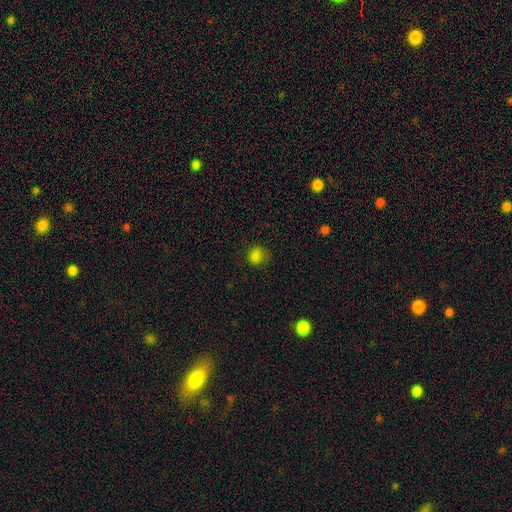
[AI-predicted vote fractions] Morphology: type=smooth (79%); roundness=round (67%); merging=none (73%).